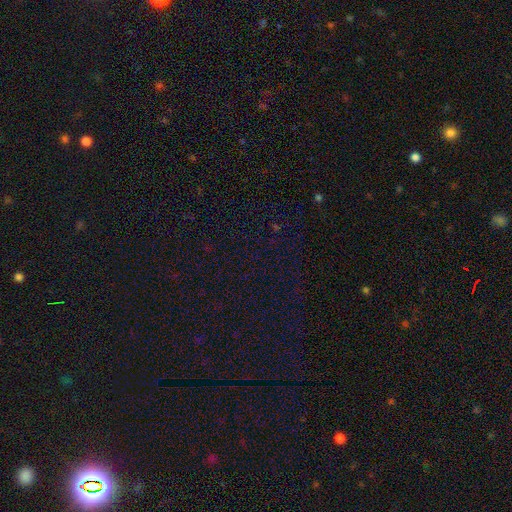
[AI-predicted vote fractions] smooth-or-featured: star or artifact: 70% | smooth: 22% | featured or disk: 7%